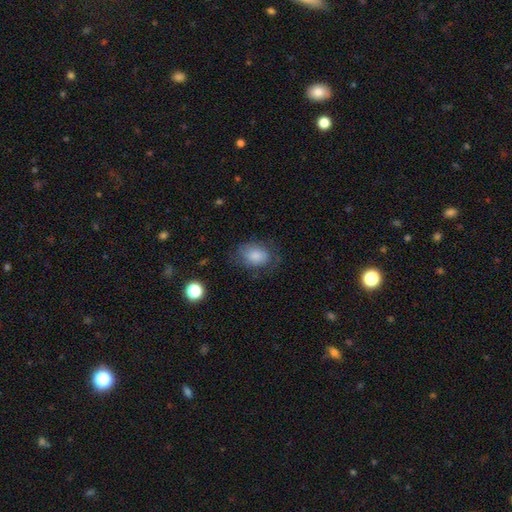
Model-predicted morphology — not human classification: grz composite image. It shows a smooth galaxy with no disk features (81%) that is in between round and cigar-shaped (72%). Merging: none (65%).